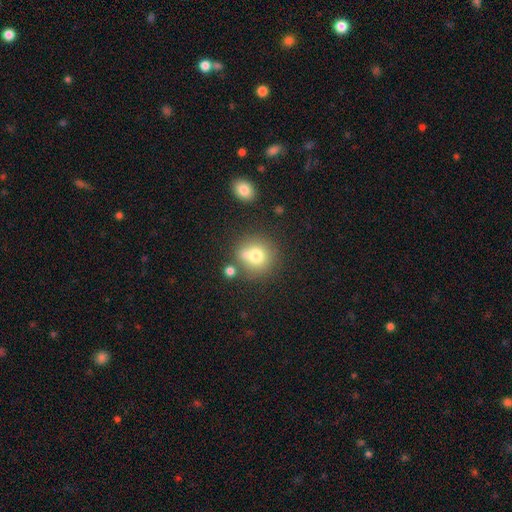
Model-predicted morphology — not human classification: smooth-or-featured: smooth: 73% | featured or disk: 15% | star or artifact: 12%
  how-rounded: round: 88% | in between: 11% | cigar-shaped: 1%
  merging: none: 61% | merger: 20% | minor disturbance: 14% | major disturbance: 5%